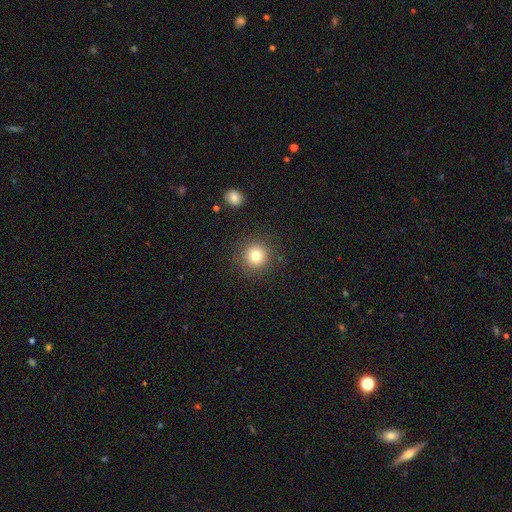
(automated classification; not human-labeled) Smooth or featured?
  - smooth: 79% *
  - star or artifact: 13%
  - featured or disk: 8%
How rounded?
  - round: 94% *
  - in between: 5%
  - cigar-shaped: 1%
Merging?
  - none: 88% *
  - minor disturbance: 7%
  - major disturbance: 3%
  - merger: 2%